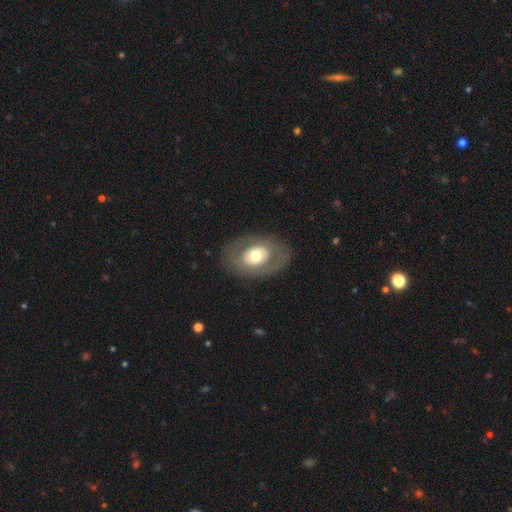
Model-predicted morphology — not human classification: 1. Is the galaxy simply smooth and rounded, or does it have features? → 47% featured or disk (tied), 47% smooth (tied), 6% star or artifact.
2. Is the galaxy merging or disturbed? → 81% none, 11% minor disturbance, 7% major disturbance, 1% merger.